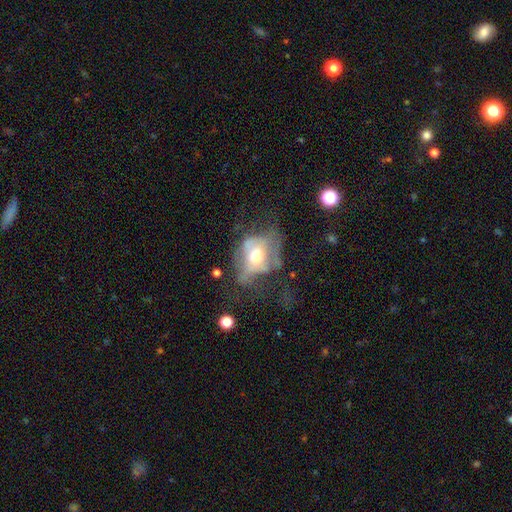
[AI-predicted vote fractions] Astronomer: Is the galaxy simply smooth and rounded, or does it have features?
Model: featured or disk — 55% (runner-up: smooth, 35%).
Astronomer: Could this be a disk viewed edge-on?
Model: no — 93%.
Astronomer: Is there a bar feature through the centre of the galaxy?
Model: no — 73%.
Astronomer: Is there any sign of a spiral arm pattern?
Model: no — 73%.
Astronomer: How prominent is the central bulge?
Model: moderate — 62%.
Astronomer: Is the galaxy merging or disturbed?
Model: major disturbance — 46% (runner-up: none, 27%).